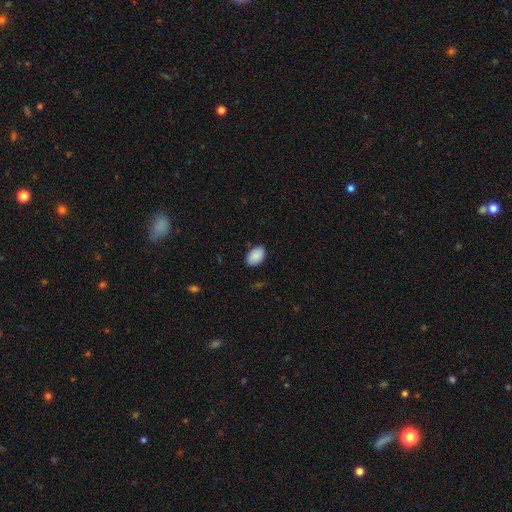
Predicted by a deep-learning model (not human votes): A smooth galaxy with no disk features (89%) that is in between round and cigar-shaped (88%).

Vote fractions:
- Smooth or featured? smooth: 89% / star or artifact: 7% / featured or disk: 4%
- How rounded? in between: 88% / round: 11% / cigar-shaped: 1%
- Merging? none: 86% / minor disturbance: 10% / major disturbance: 2% / merger: 1%